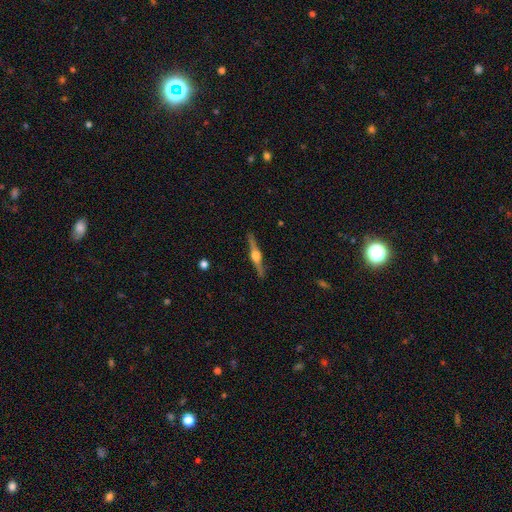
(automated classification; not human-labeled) Smooth or featured? Predicted: featured or disk (p=0.84). Edge-on disk? Predicted: yes (p=0.98). Edge-on bulge? Predicted: rounded (p=0.95). Merging? Predicted: none (p=0.91).